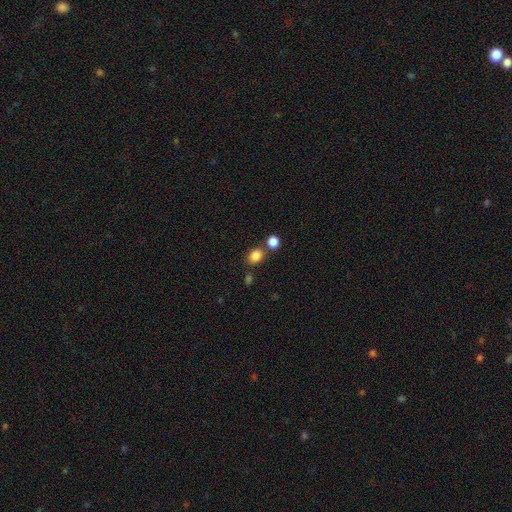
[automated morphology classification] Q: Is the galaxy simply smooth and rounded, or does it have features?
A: smooth — 84%.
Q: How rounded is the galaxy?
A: in between — 50%.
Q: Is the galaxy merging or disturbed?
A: none — 67%.